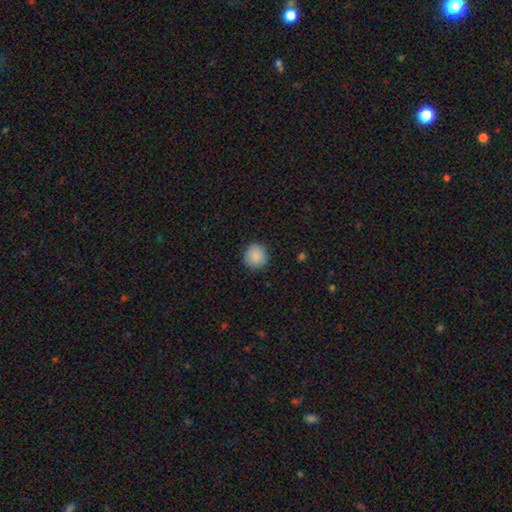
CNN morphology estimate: Smooth or featured? smooth (88%)
How rounded? round (92%)
Merging? none (90%)